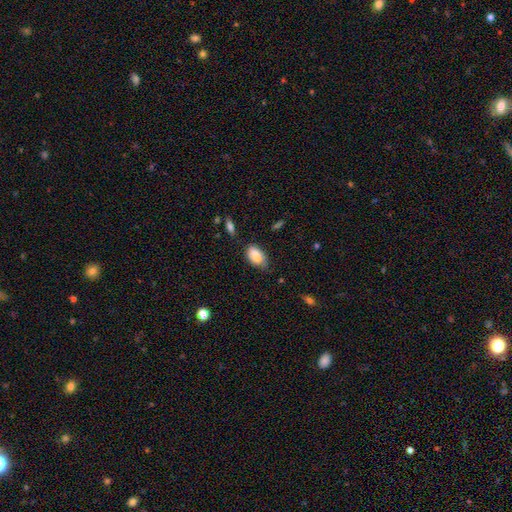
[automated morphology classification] Q: Smooth or featured?
A: smooth (83%); runner-up: featured or disk (10%)
Q: How rounded?
A: in between (93%); runner-up: round (5%)
Q: Merging?
A: none (67%); runner-up: minor disturbance (25%)